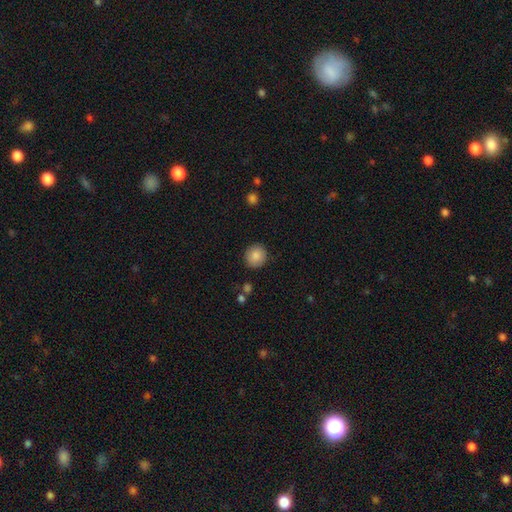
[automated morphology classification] A smooth galaxy with no disk features (87%) that is round (89%).

Vote fractions:
- Smooth or featured? smooth: 87% / star or artifact: 8% / featured or disk: 6%
- How rounded? round: 89% / in between: 11% / cigar-shaped: 1%
- Merging? none: 89% / minor disturbance: 7% / major disturbance: 2% / merger: 2%